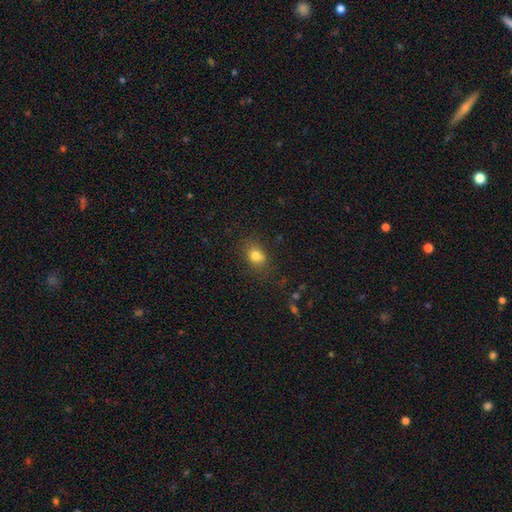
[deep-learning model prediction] Q: Smooth or featured?
A: smooth (79%); runner-up: star or artifact (12%)
Q: How rounded?
A: in between (57%); runner-up: round (42%)
Q: Merging?
A: none (76%); runner-up: minor disturbance (16%)